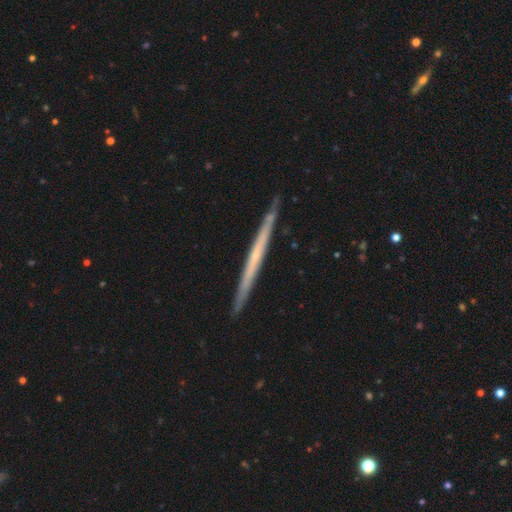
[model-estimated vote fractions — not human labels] Q: Smooth or featured?
A: featured or disk (66%); runner-up: smooth (29%)
Q: Edge-on disk?
A: yes (97%); runner-up: no (3%)
Q: Edge-on bulge?
A: none (83%); runner-up: rounded (13%)
Q: Merging?
A: none (90%); runner-up: minor disturbance (8%)